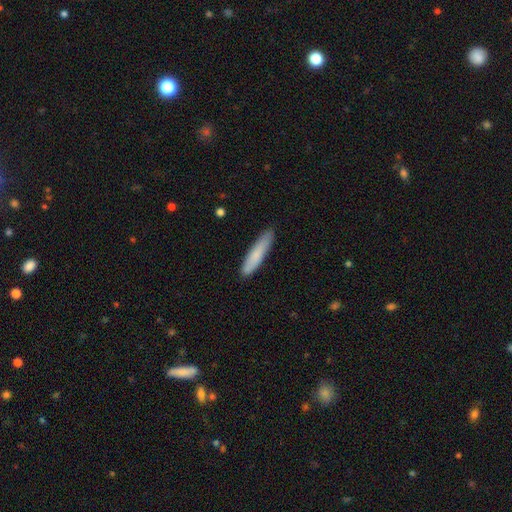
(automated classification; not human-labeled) smooth 80%, featured or disk 15%, star or artifact 6%. Down the decision tree: how rounded — cigar-shaped (87%); merging — none (85%).